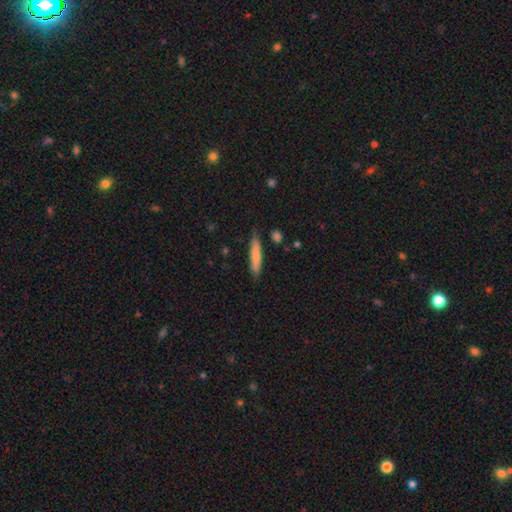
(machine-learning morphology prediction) smooth 76%, featured or disk 18%, star or artifact 6%. Down the decision tree: how rounded — cigar-shaped (88%); merging — none (80%).